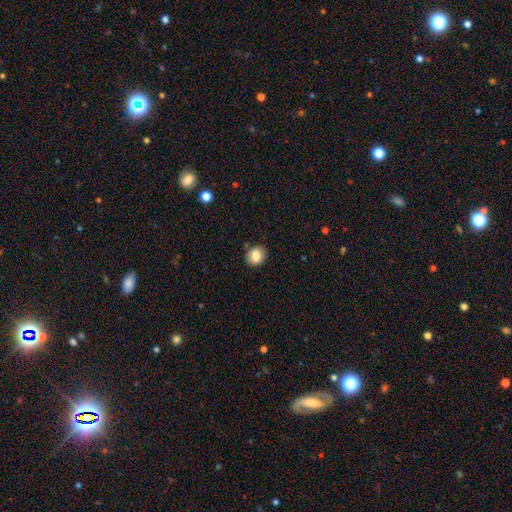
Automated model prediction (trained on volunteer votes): This is clearly a smooth galaxy (84%). How rounded: likely round (69%). Merging: clearly none (85%).